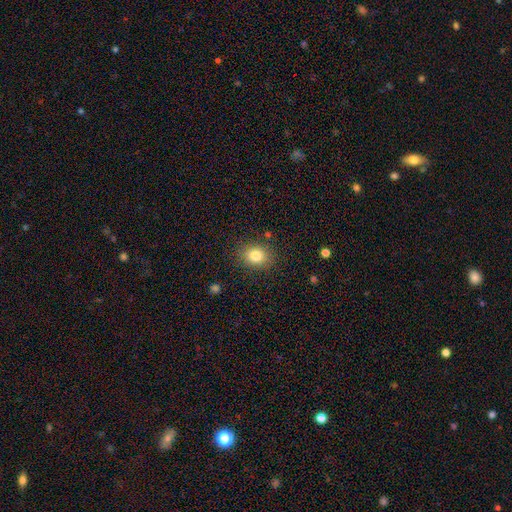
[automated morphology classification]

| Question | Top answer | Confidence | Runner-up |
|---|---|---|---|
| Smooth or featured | smooth | 82% | star or artifact (10%) |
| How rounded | round | 52% | in between (48%) |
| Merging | none | 85% | minor disturbance (10%) |